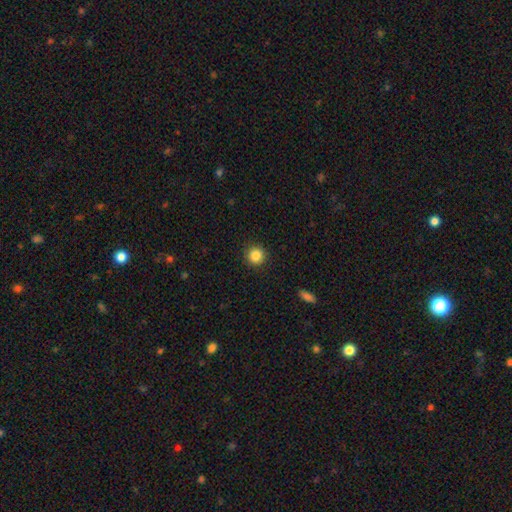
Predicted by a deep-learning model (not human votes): smooth_or_featured: smooth (p=0.85) [alt: star or artifact p=0.11]
how_rounded: round (p=0.94) [alt: in between p=0.05]
merging: none (p=0.92) [alt: minor disturbance p=0.05]